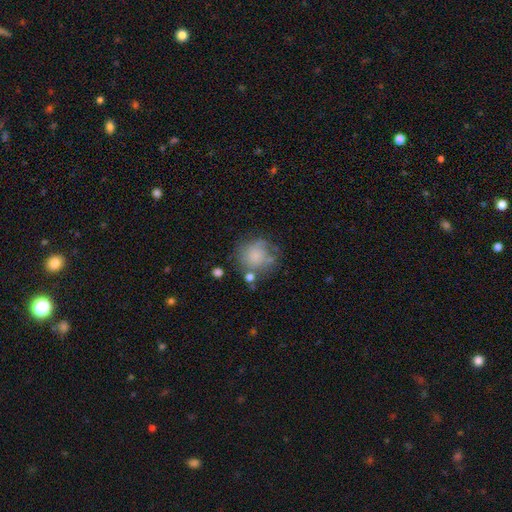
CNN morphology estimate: Smooth or featured? smooth (68%)
How rounded? round (86%)
Merging? none (54%)